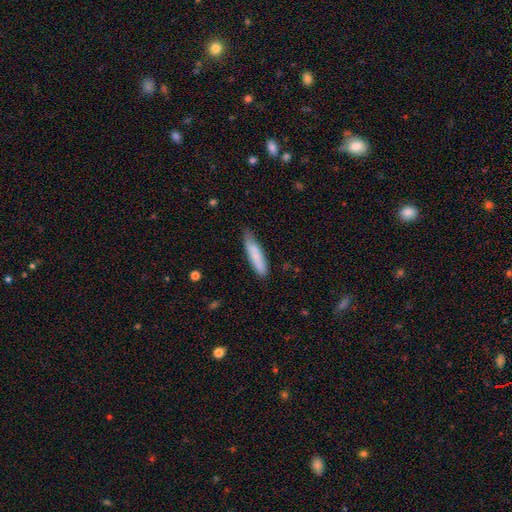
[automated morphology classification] type=smooth (82%); roundness=cigar-shaped (79%); merging=none (74%).